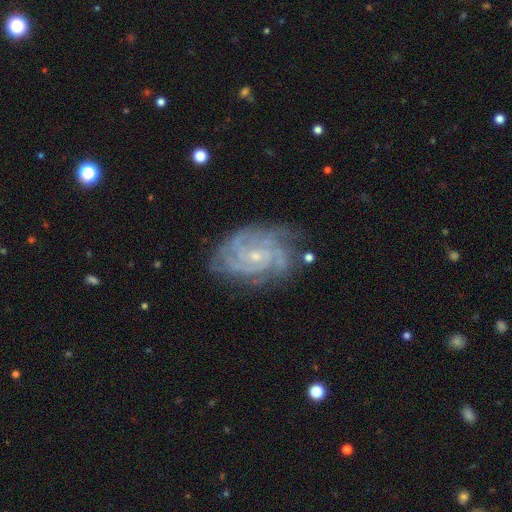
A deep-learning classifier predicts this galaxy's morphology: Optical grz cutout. It shows a featured or disk galaxy (89%) with no bar (64%), 4 (27%) tight (71%) spiral arms (98%) and a small central bulge (79%). Merging: none (74%).